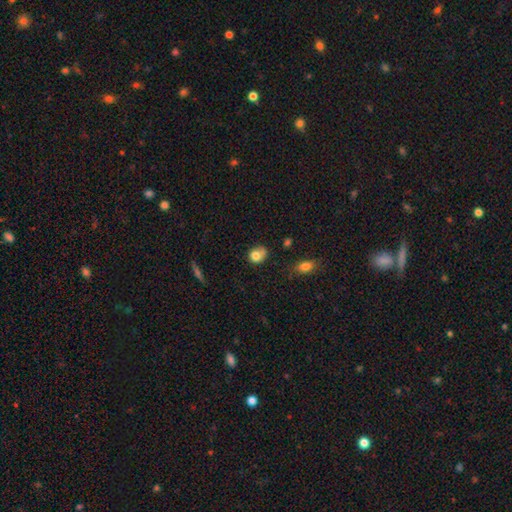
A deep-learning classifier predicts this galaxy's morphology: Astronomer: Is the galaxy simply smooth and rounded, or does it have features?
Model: smooth — 77%.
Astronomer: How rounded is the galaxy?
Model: round — 59% (runner-up: in between, 40%).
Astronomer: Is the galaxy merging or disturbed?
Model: none — 42% (runner-up: minor disturbance, 29%).